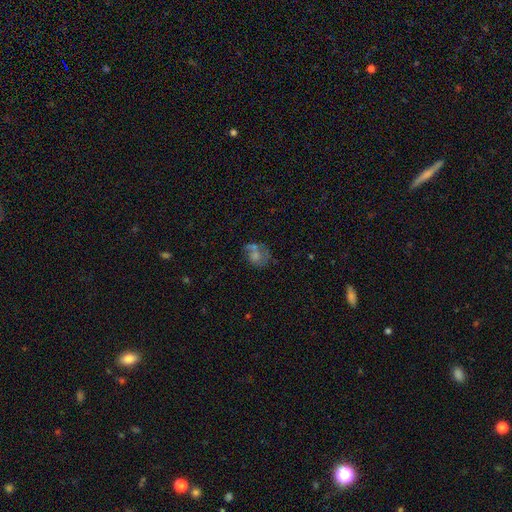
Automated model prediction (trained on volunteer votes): The model was most divided on "smooth or featured": featured or disk: 41%, smooth: 39%, star or artifact: 21%. Remaining: merging — none (43%).